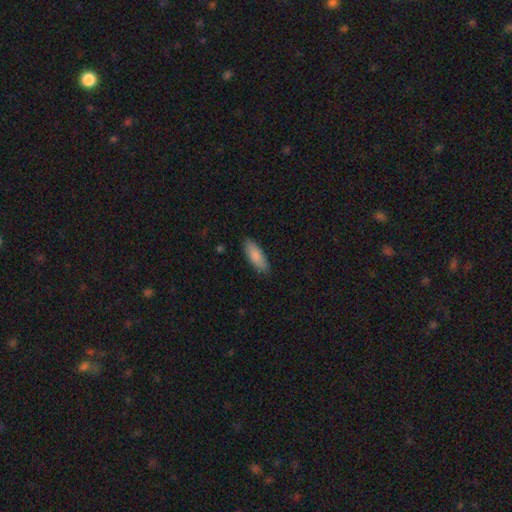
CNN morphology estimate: A smooth galaxy with no disk features (87%) that is in between round and cigar-shaped (69%). Merging: none (87%).